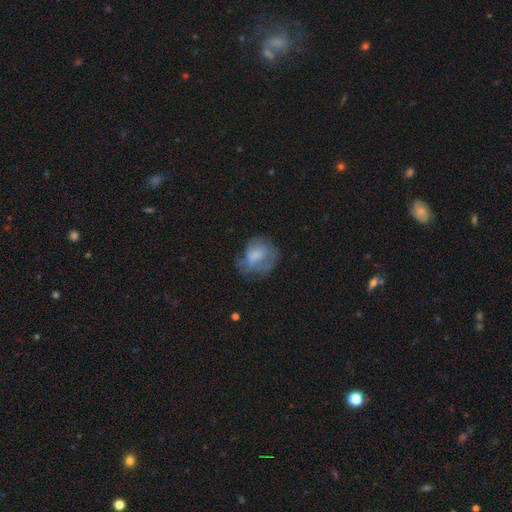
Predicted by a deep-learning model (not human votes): This is likely a smooth galaxy (62%). How rounded: likely round (64%). Merging: possibly none (47%).